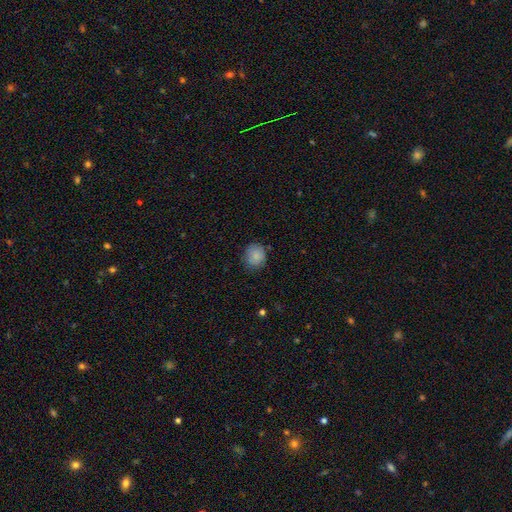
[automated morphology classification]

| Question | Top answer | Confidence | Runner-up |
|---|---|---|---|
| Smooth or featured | smooth | 85% | star or artifact (9%) |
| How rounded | round | 77% | in between (22%) |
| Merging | none | 76% | minor disturbance (18%) |